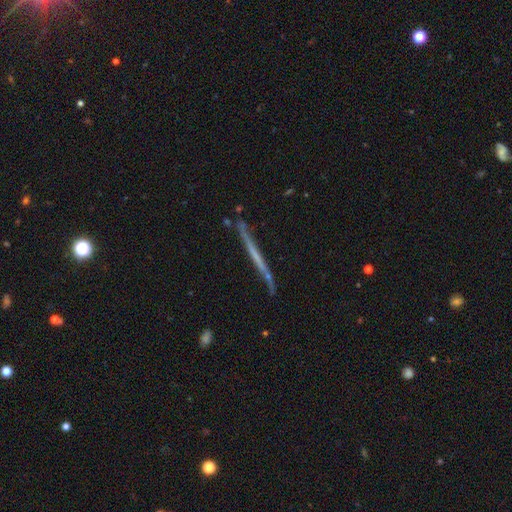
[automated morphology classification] The model was most divided on "smooth or featured": featured or disk: 60%, smooth: 34%, star or artifact: 6%. More confident: edge-on disk — yes (96%); edge-on bulge — none (90%); merging — none (80%).